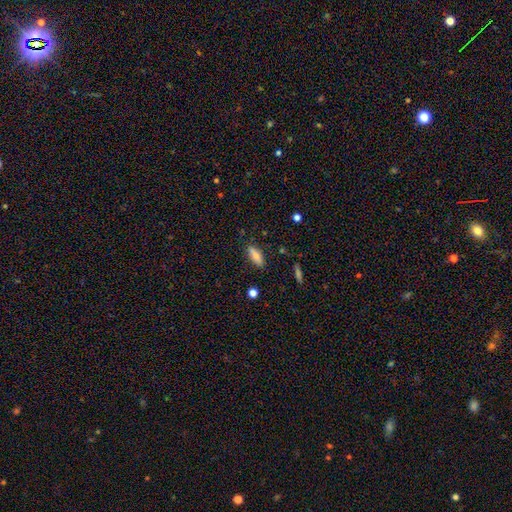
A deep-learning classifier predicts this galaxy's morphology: The model was most divided on "how rounded": in between: 68%, cigar-shaped: 30%, round: 3%. More confident: merging — none (84%); smooth or featured — smooth (76%).